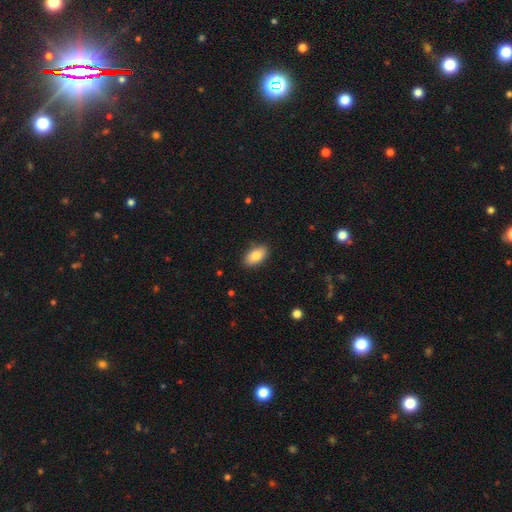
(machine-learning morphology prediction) Overall: smooth (84%). How rounded: in between (93%). Merging: none (88%).